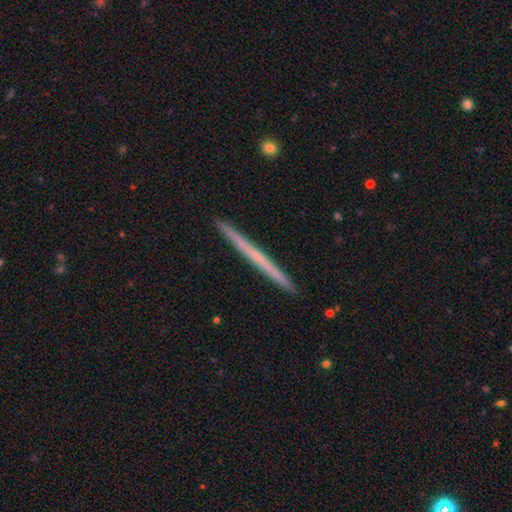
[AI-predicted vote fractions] The model was most divided on "smooth or featured": featured or disk: 50%, smooth: 45%, star or artifact: 5%. More confident: edge-on disk — yes (98%); merging — none (93%).